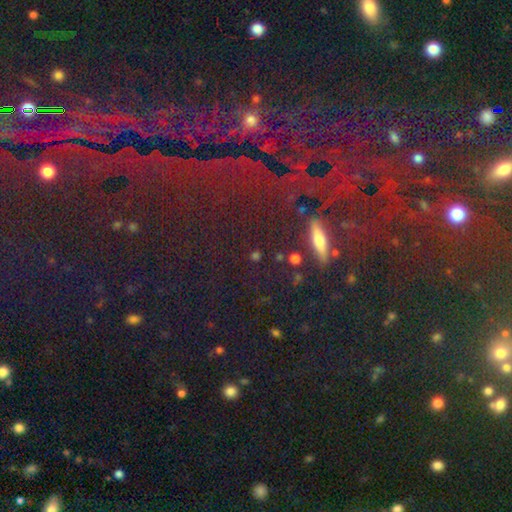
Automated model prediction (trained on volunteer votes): Morphology: type=star or artifact (44%).